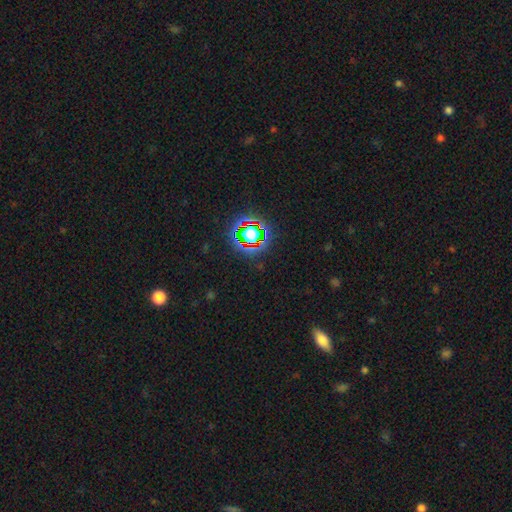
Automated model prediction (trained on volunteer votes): Morphology: type=star or artifact (74%).